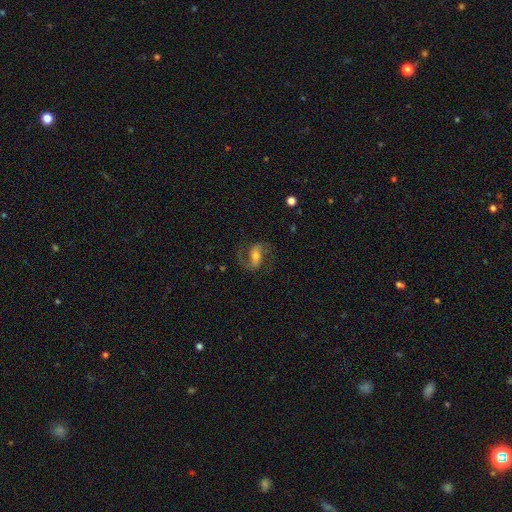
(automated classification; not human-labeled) smooth_or_featured: featured or disk (p=0.79) [alt: smooth p=0.14]
disk_edge_on: no (p=0.97) [alt: yes p=0.03]
bar: weak (p=0.44) [alt: strong p=0.35]
has_spiral_arms: yes (p=0.94) [alt: no p=0.06]
spiral_winding: medium (p=0.51) [alt: loose p=0.37]
spiral_arm_count: 2 (p=0.89) [alt: 1 p=0.05]
bulge_size: moderate (p=0.57) [alt: small p=0.27]
merging: none (p=0.73) [alt: minor disturbance p=0.14]